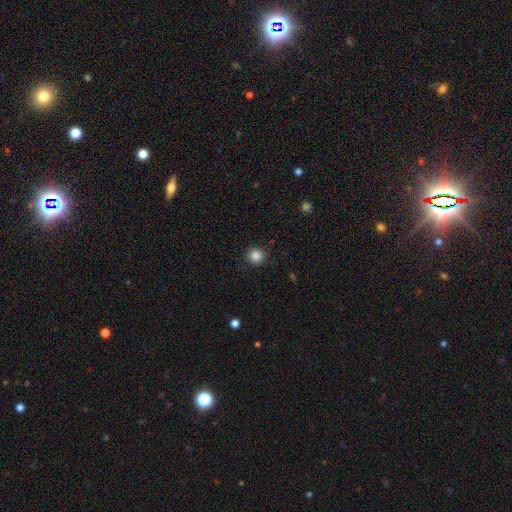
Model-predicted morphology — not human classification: Smooth or featured? smooth (85%)
How rounded? round (92%)
Merging? none (90%)